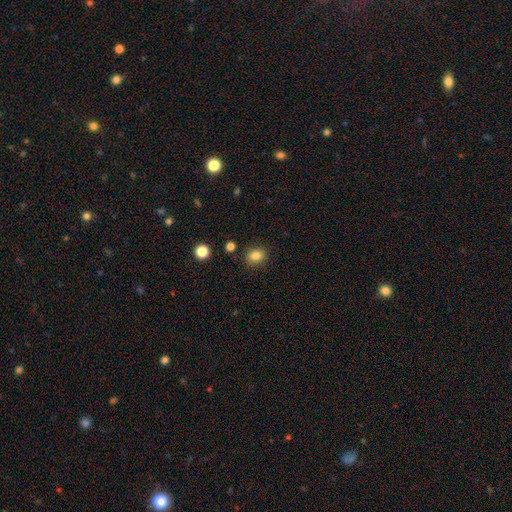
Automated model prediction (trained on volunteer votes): Smooth or featured? smooth (83%)
How rounded? round (60%)
Merging? none (87%)